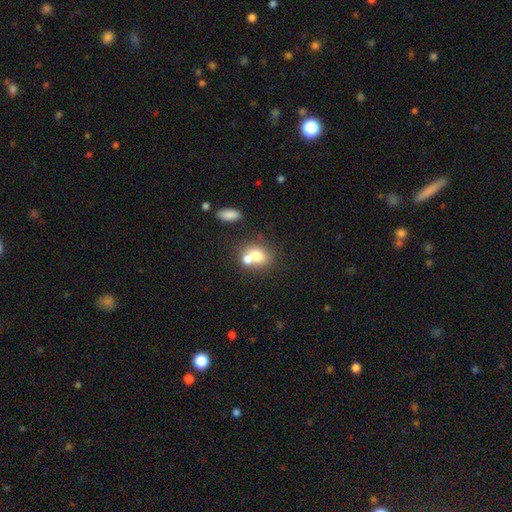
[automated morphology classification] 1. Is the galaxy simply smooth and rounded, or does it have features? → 71% smooth, 18% featured or disk, 11% star or artifact.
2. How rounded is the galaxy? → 51% in between, 48% round, 1% cigar-shaped.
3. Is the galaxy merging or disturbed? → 56% merger, 32% none, 8% minor disturbance, 4% major disturbance.